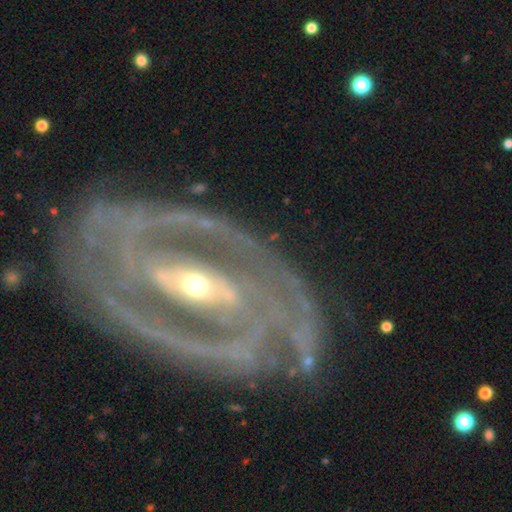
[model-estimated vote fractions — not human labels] Morphology: type=featured or disk (91%); edge-on=no (94%); bar=strong (57%); spiral arms=yes (93%); winding=tight (64%); arm count=2 (62%); bulge=small (54%); merging=none (77%).